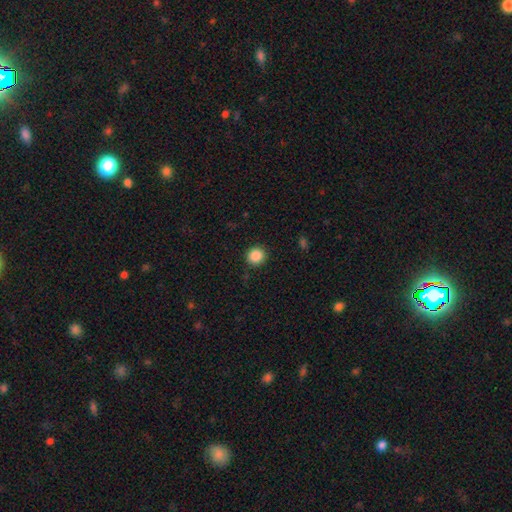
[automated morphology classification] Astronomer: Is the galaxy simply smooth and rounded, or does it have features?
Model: smooth — 87%.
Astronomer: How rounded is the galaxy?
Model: round — 92%.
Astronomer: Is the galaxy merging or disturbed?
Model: none — 90%.